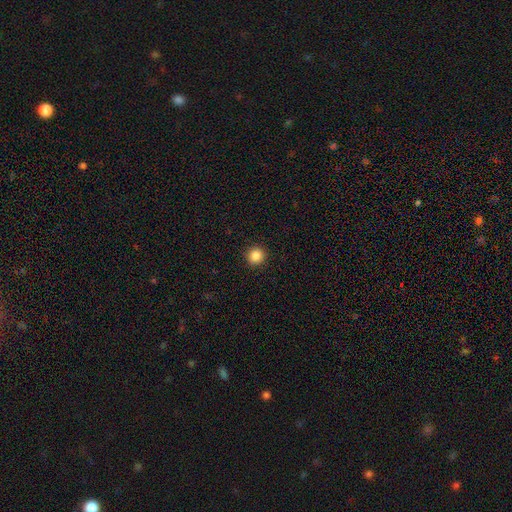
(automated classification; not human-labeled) The model was most divided on "smooth or featured": smooth: 86%, star or artifact: 10%, featured or disk: 4%. More confident: how rounded — round (94%); merging — none (93%).